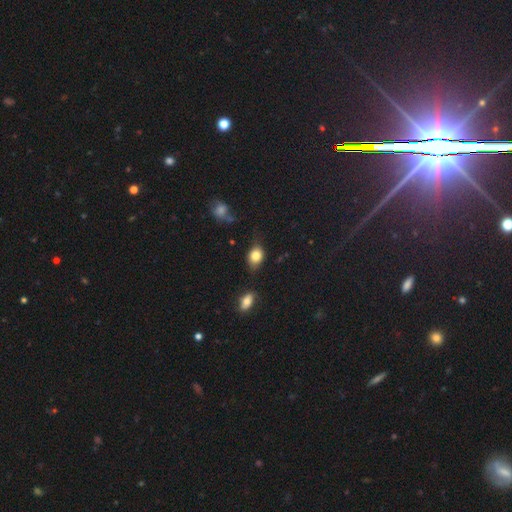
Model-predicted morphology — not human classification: This is clearly a smooth galaxy (81%). How rounded: likely in between (69%). Merging: likely none (65%).